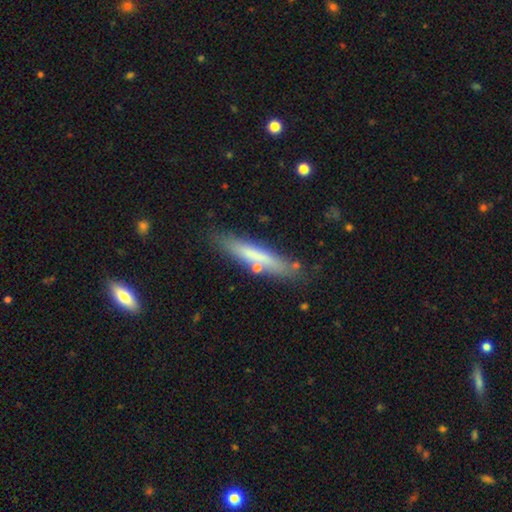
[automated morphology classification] type=smooth (64%); roundness=cigar-shaped (90%); merging=none (80%).